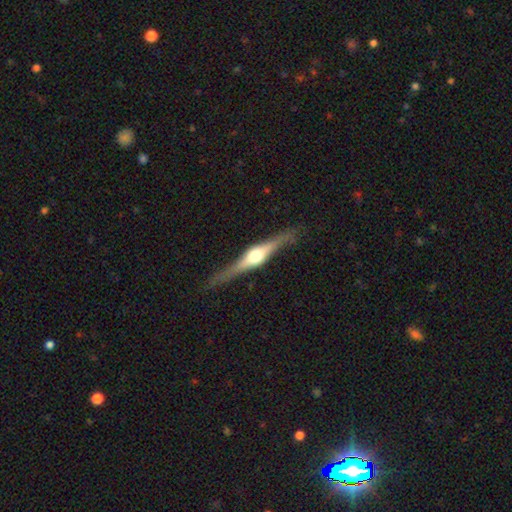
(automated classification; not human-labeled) Morphology: type=featured or disk (80%); edge-on=yes (97%); edge-on bulge=rounded (92%); merging=none (84%).